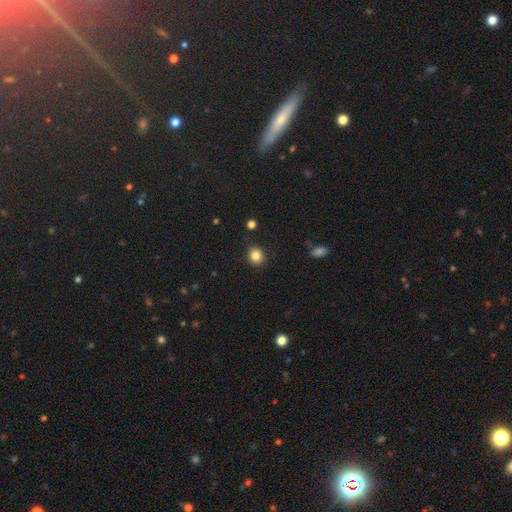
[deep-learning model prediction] This is clearly a smooth galaxy (84%). How rounded: clearly round (83%). Merging: clearly none (86%).